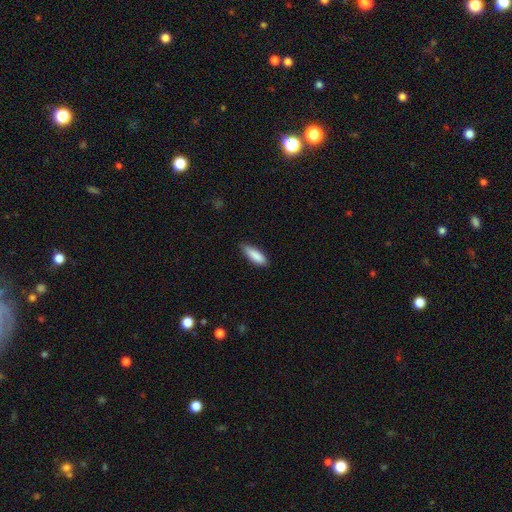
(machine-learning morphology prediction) A smooth galaxy with no disk features (87%) that is in between round and cigar-shaped (50%). Merging: none (77%).